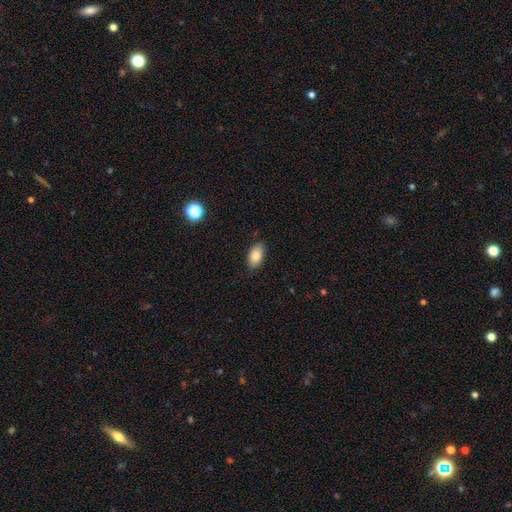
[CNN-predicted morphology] smooth 84%, featured or disk 8%, star or artifact 8%. Down the decision tree: how rounded — in between (93%); merging — none (84%).